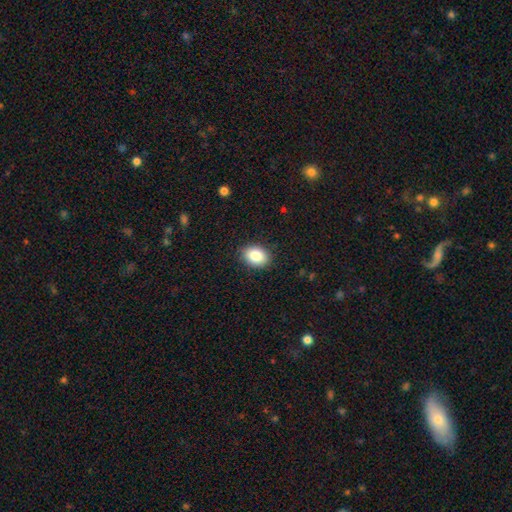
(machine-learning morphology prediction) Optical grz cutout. It shows a smooth galaxy with no disk features (86%) that is in between round and cigar-shaped (69%). Merging: none (89%).